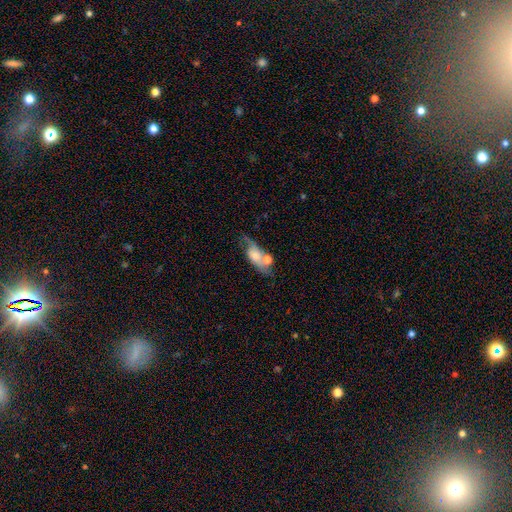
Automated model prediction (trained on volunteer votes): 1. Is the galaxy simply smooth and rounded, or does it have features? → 48% smooth, 45% featured or disk, 8% star or artifact.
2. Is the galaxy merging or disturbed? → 36% none, 26% merger, 22% minor disturbance, 16% major disturbance.